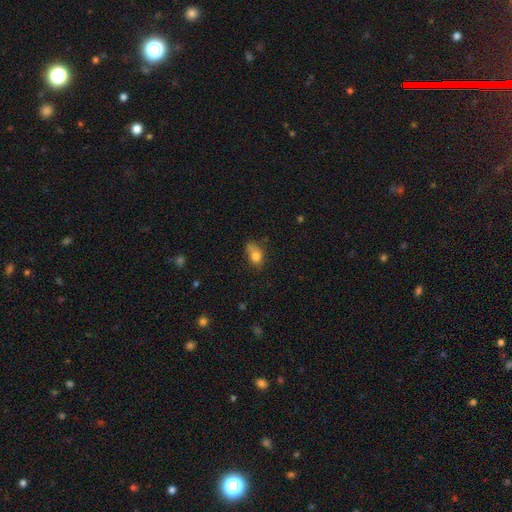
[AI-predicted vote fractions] Overall: smooth (79%). How rounded: in between (74%). Merging: none (47%; minor disturbance 35%).